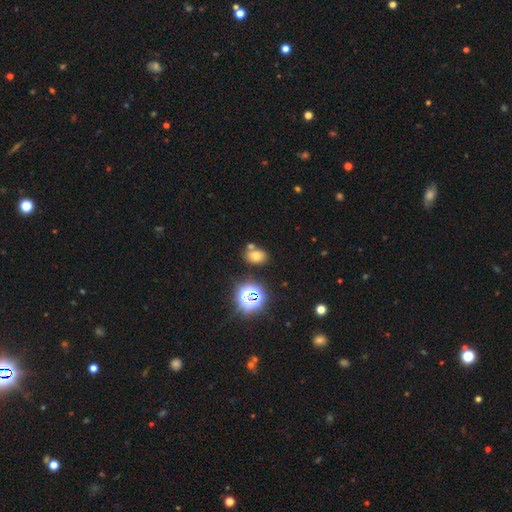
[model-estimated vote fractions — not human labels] This is likely a smooth galaxy (64%). How rounded: likely in between (69%). Merging: likely none (66%).